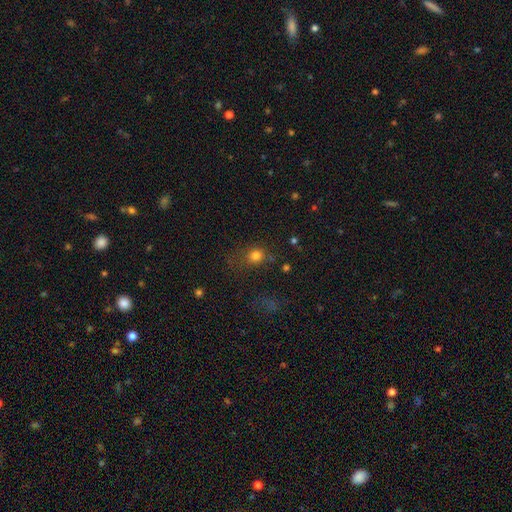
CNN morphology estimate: Smooth or featured: smooth — 77% (star or artifact — 16%)
How rounded: round — 73% (in between — 25%)
Merging: none — 64% (minor disturbance — 19%)